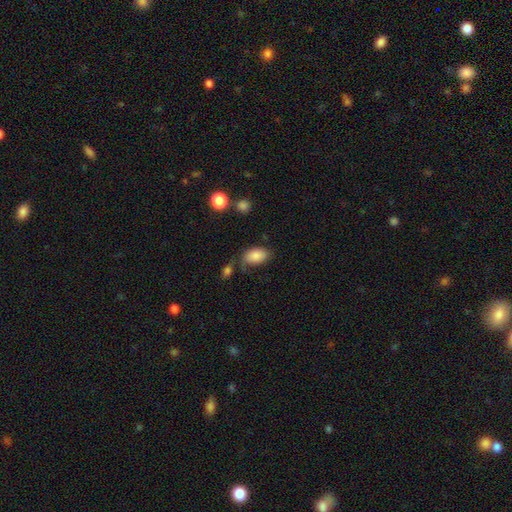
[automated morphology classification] smooth-or-featured: smooth: 85% | star or artifact: 8% | featured or disk: 7%
  how-rounded: in between: 91% | round: 7% | cigar-shaped: 1%
  merging: none: 60% | minor disturbance: 23% | major disturbance: 10% | merger: 8%